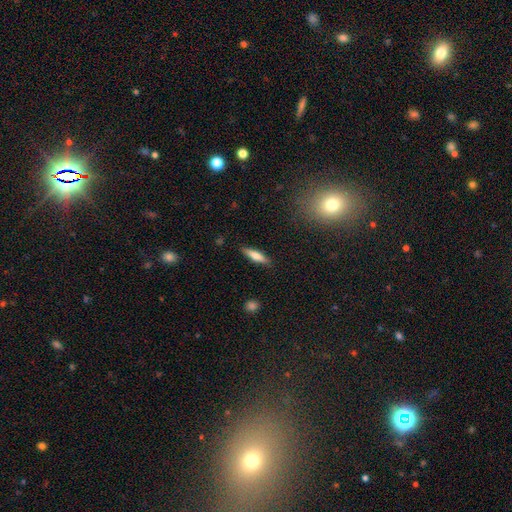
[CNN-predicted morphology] smooth 65%, featured or disk 29%, star or artifact 6%. Down the decision tree: how rounded — cigar-shaped (74%); merging — none (88%).